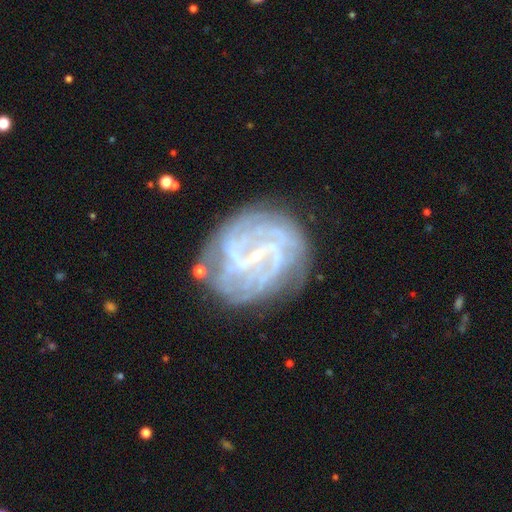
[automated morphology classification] The model was most divided on "spiral arm count": can't tell: 29%, 2: 22%, 4: 17%, 3: 16%, more than 4: 8%, 1: 7%. Remaining: edge-on disk — no (98%); spiral arms — yes (95%); smooth or featured — featured or disk (87%); bulge size — small (84%); merging — none (74%); spiral winding — tight (57%); bar — weak (45%).